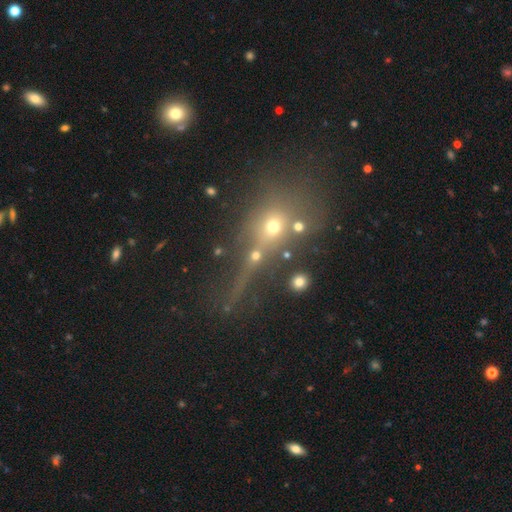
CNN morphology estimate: smooth-or-featured: smooth: 45% | star or artifact: 32% | featured or disk: 23%
  merging: none: 49% | merger: 30% | minor disturbance: 11% | major disturbance: 10%